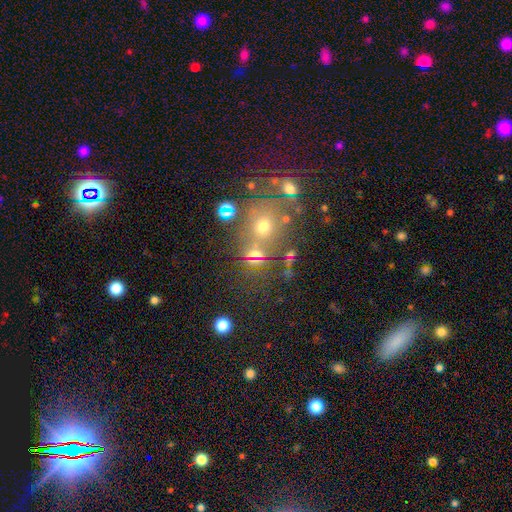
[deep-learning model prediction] Smooth or featured?
  - smooth: 47% *
  - star or artifact: 40%
  - featured or disk: 13%
Merging?
  - none: 56% *
  - merger: 25%
  - minor disturbance: 11%
  - major disturbance: 8%